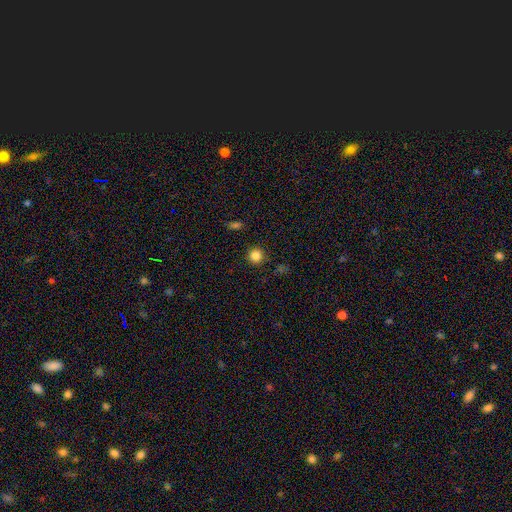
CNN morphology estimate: Smooth or featured? smooth (83%)
How rounded? round (94%)
Merging? none (90%)